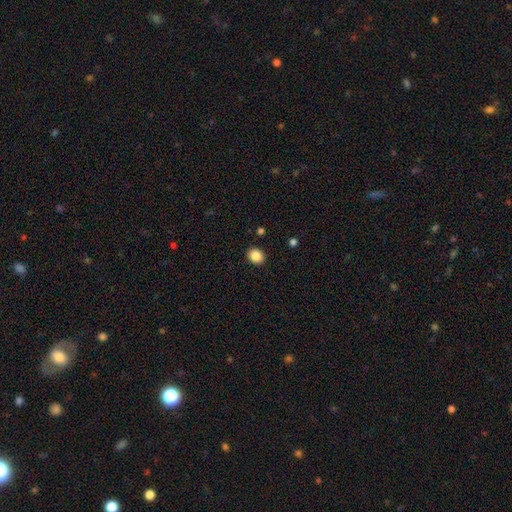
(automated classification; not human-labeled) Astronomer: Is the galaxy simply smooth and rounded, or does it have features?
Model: smooth — 87%.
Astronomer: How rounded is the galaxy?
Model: round — 58% (runner-up: in between, 41%).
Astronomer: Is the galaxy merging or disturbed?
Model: none — 91%.